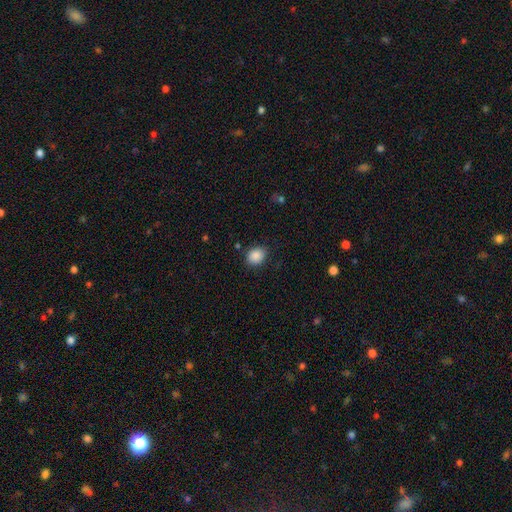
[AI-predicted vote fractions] This appears to be a smooth galaxy with no disk features (88%) that is round (60%). Merging: none (82%).